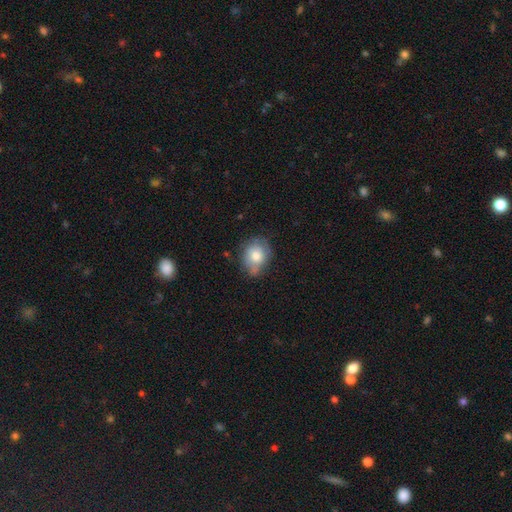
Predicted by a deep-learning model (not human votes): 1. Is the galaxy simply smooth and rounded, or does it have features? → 70% smooth, 22% featured or disk, 8% star or artifact.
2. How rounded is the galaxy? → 55% round, 44% in between, 1% cigar-shaped.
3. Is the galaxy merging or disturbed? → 58% none, 29% minor disturbance, 8% major disturbance, 5% merger.